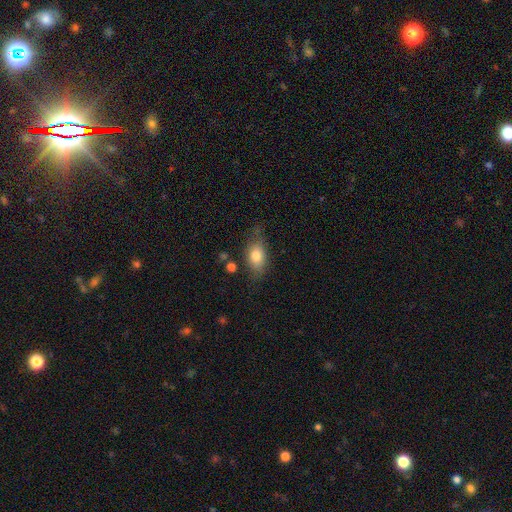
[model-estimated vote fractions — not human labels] A smooth galaxy with no disk features (78%) that is in between round and cigar-shaped (83%). Merging: none (65%).